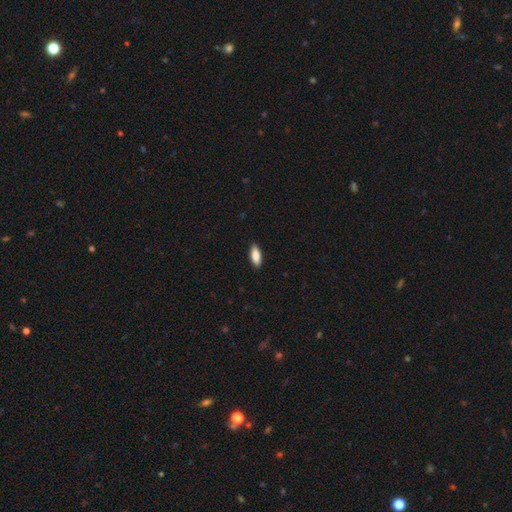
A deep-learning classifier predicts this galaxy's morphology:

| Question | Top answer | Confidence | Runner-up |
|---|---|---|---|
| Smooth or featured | smooth | 87% | featured or disk (7%) |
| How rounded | in between | 78% | cigar-shaped (20%) |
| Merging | none | 89% | minor disturbance (9%) |